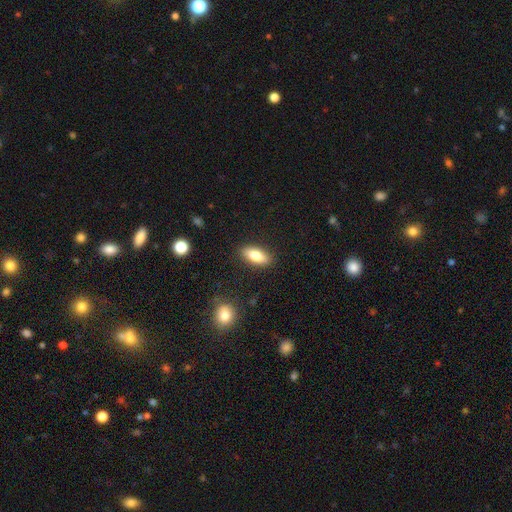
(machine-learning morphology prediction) This is likely a smooth galaxy (80%). How rounded: clearly in between (81%). Merging: clearly none (87%).